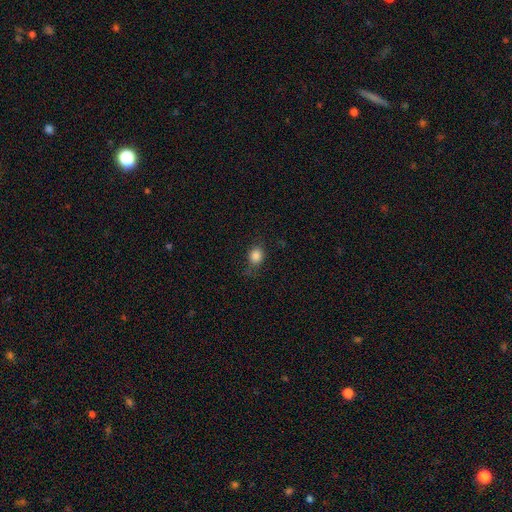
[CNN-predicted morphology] Smooth or featured? smooth (84%)
How rounded? round (57%)
Merging? none (70%)